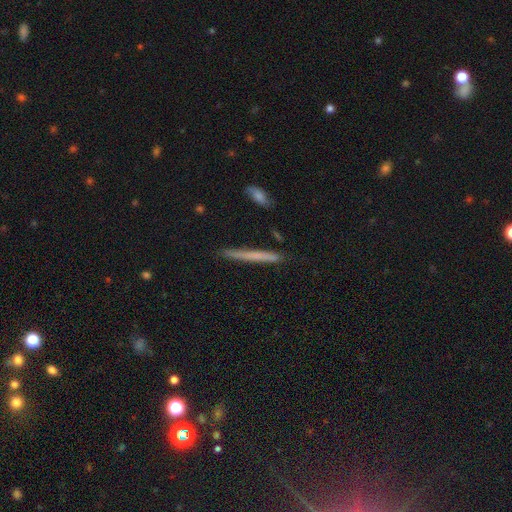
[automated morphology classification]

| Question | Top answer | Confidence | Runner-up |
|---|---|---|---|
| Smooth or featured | smooth | 58% | featured or disk (35%) |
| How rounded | cigar-shaped | 97% | in between (2%) |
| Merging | none | 88% | minor disturbance (8%) |